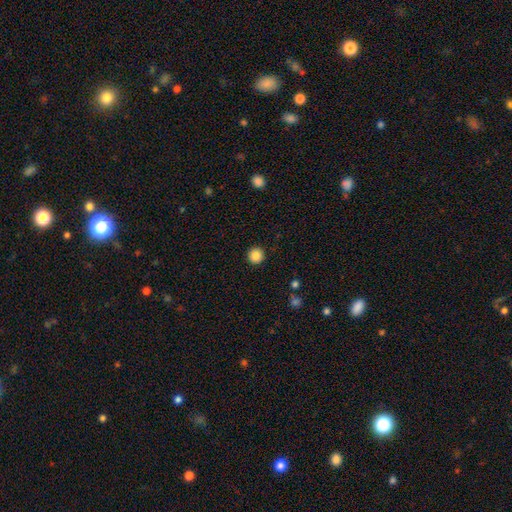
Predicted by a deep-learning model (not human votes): A smooth galaxy with no disk features (86%) that is round (95%).

Vote fractions:
- Smooth or featured? smooth: 86% / star or artifact: 10% / featured or disk: 4%
- How rounded? round: 95% / in between: 4% / cigar-shaped: 1%
- Merging? none: 93% / minor disturbance: 5% / major disturbance: 2% / merger: 1%